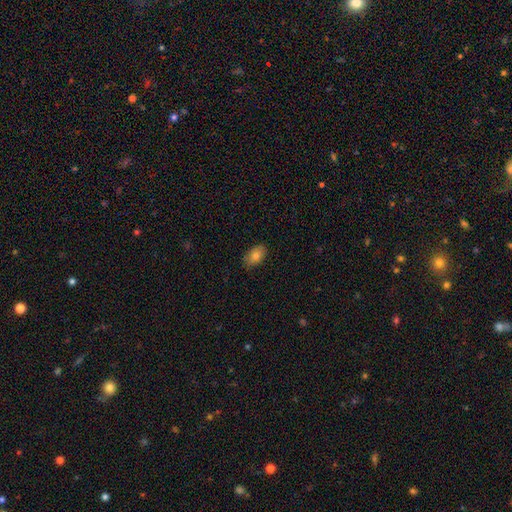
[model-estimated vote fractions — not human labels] A smooth galaxy with no disk features (81%) that is in between round and cigar-shaped (89%). Merging: none (83%).